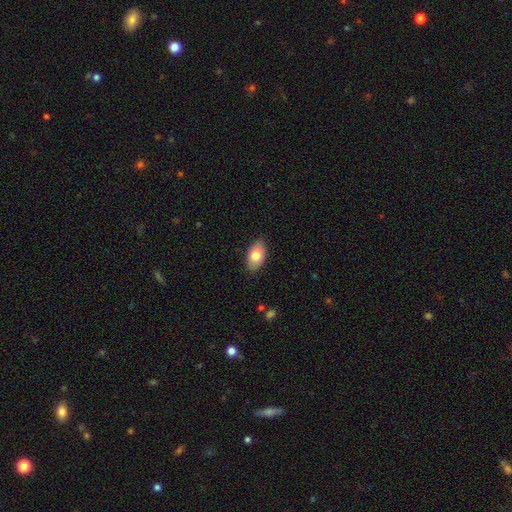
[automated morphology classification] Overall: smooth (79%). How rounded: in between (92%). Merging: none (85%).